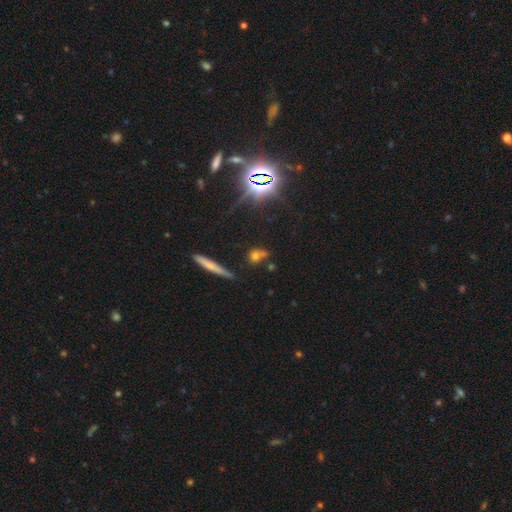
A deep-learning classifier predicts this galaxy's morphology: A smooth galaxy with no disk features (61%) that is round (55%).

Vote fractions:
- Smooth or featured? smooth: 61% / star or artifact: 23% / featured or disk: 15%
- How rounded? round: 55% / in between: 32% / cigar-shaped: 13%
- Merging? none: 58% / merger: 20% / minor disturbance: 15% / major disturbance: 7%